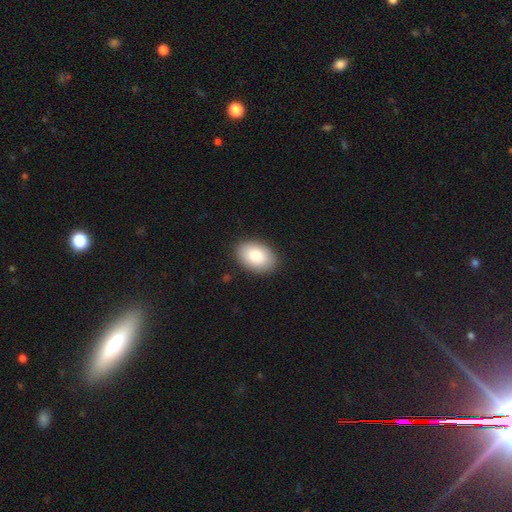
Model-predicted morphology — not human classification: Smooth or featured? smooth (86%)
How rounded? in between (88%)
Merging? none (89%)